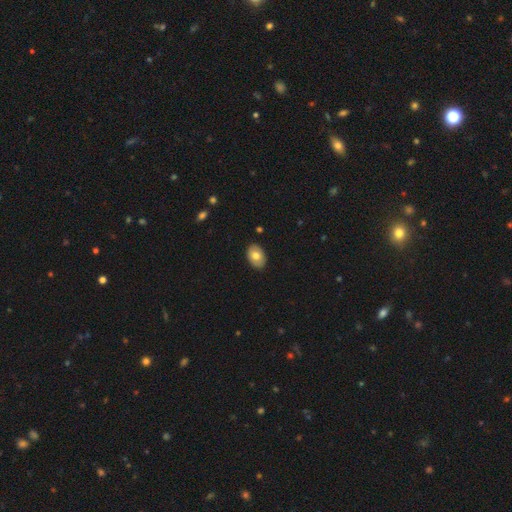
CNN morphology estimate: smooth_or_featured: smooth (p=0.73) [alt: featured or disk p=0.20]
how_rounded: in between (p=0.85) [alt: round p=0.14]
merging: none (p=0.88) [alt: minor disturbance p=0.09]